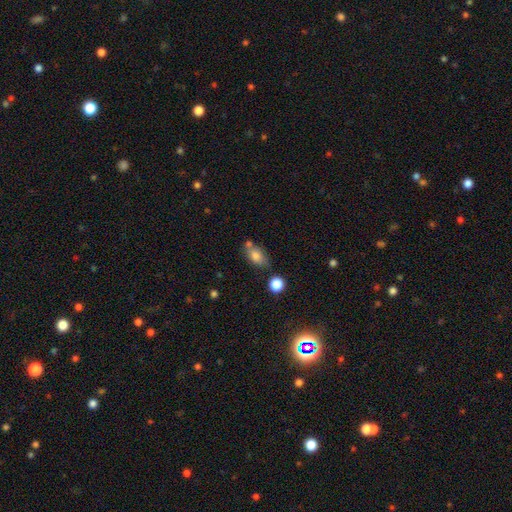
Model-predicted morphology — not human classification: Smooth or featured?
  - smooth: 78% *
  - featured or disk: 13%
  - star or artifact: 9%
How rounded?
  - in between: 83% *
  - round: 12%
  - cigar-shaped: 5%
Merging?
  - none: 54% *
  - minor disturbance: 20%
  - merger: 20%
  - major disturbance: 6%